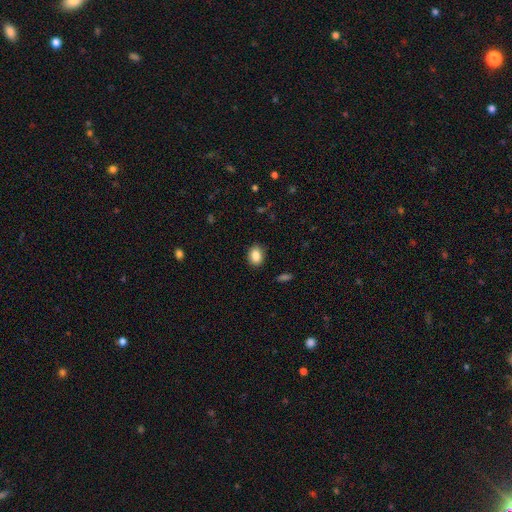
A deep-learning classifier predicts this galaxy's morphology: A smooth galaxy with no disk features (86%) that is in between round and cigar-shaped (62%).

Vote fractions:
- Smooth or featured? smooth: 86% / star or artifact: 8% / featured or disk: 6%
- How rounded? in between: 62% / round: 37% / cigar-shaped: 1%
- Merging? none: 88% / minor disturbance: 9% / major disturbance: 2% / merger: 1%